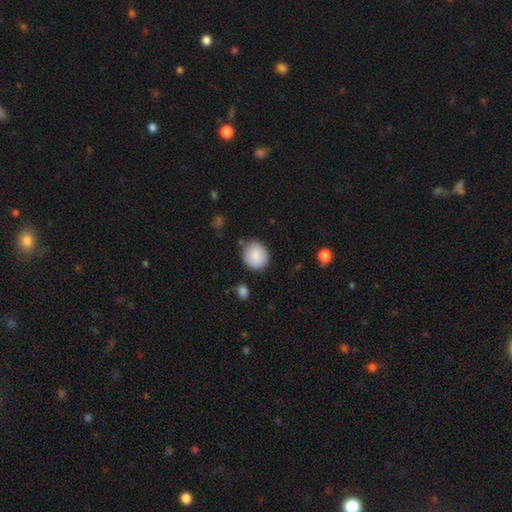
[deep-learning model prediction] Smooth or featured: smooth — 88% (star or artifact — 7%)
How rounded: round — 76% (in between — 23%)
Merging: none — 82% (minor disturbance — 12%)